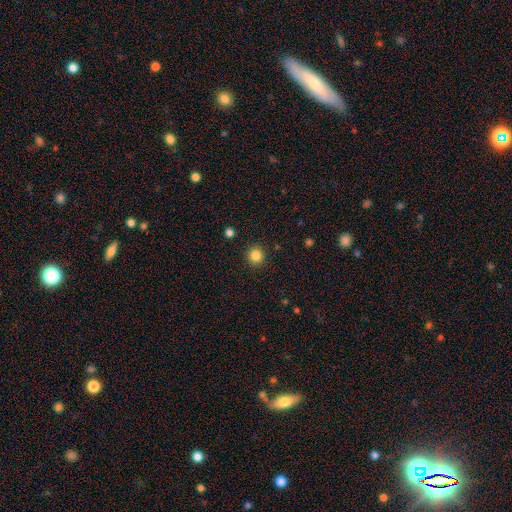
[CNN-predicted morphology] A smooth galaxy with no disk features (84%) that is round (94%).

Vote fractions:
- Smooth or featured? smooth: 84% / star or artifact: 12% / featured or disk: 4%
- How rounded? round: 94% / in between: 5% / cigar-shaped: 1%
- Merging? none: 92% / minor disturbance: 5% / major disturbance: 2% / merger: 1%